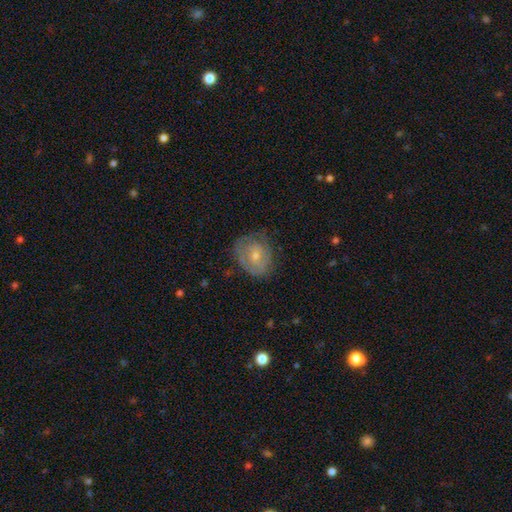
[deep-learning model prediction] This is possibly a featured or disk galaxy (57%). It is clearly not viewed edge-on (96%). Bar: likely no (72%). Spiral arm pattern: likely yes (63%). Central bulge: possibly small (55%). Merging: likely none (67%).